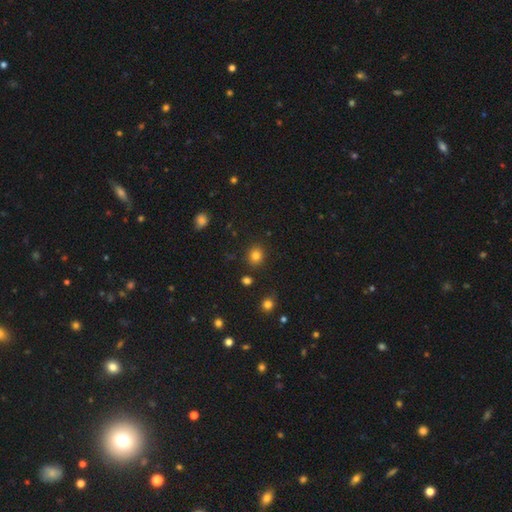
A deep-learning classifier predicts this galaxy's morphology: Overall: smooth (82%). How rounded: round (79%). Merging: none (87%).